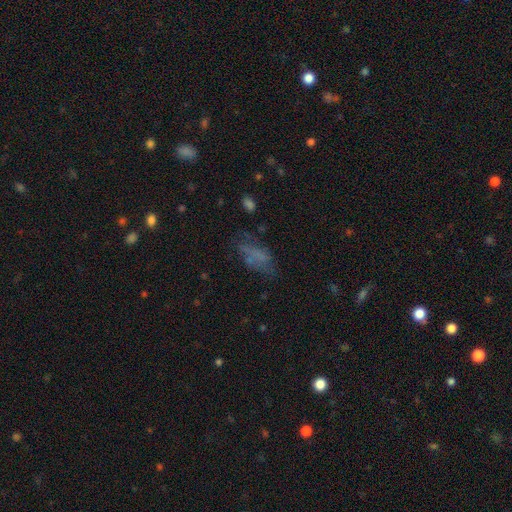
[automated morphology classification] This appears to be a smooth galaxy with no disk features (53%) that is in between round and cigar-shaped (81%). Merging: none (49%).